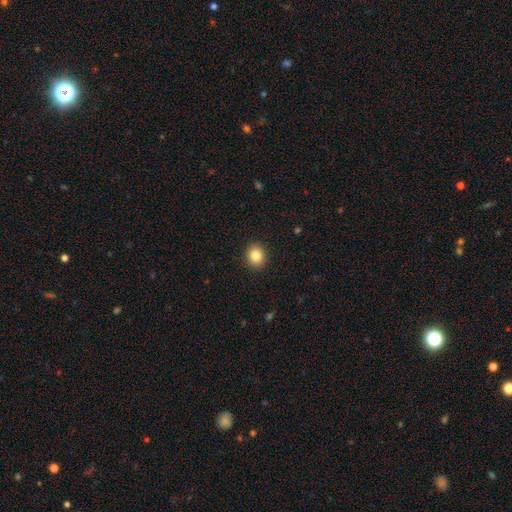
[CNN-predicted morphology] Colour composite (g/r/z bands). It shows a smooth galaxy with no disk features (84%) that is round (80%). Merging: none (92%).